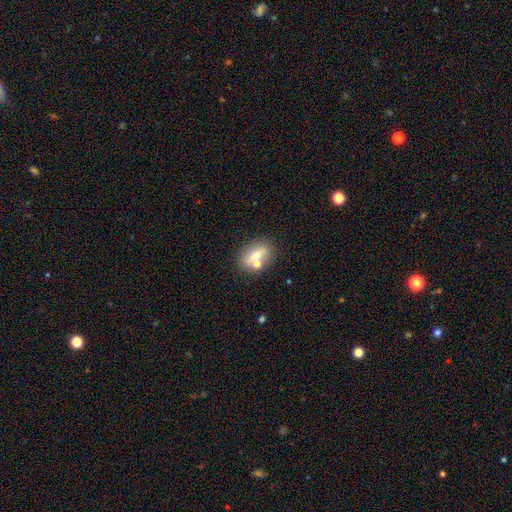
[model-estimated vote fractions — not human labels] This is possibly a smooth galaxy (57%). How rounded: likely in between (68%). Merging: likely none (68%).